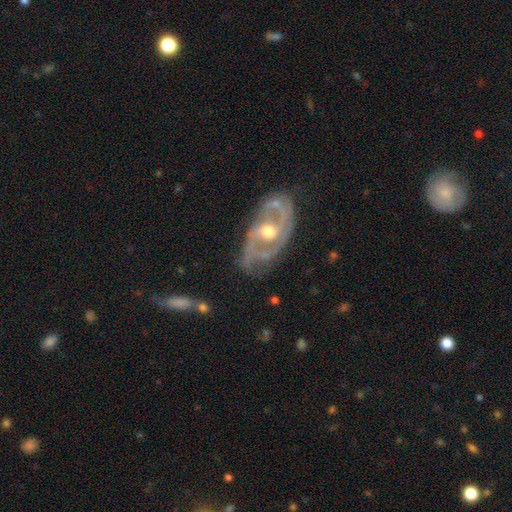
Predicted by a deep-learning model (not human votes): smooth-or-featured: featured or disk: 87% | smooth: 8% | star or artifact: 5%
  disk-edge-on: no: 94% | yes: 6%
    bar: no: 56% | weak: 32% | strong: 12%
    has-spiral-arms: yes: 89% | no: 11%
      spiral-winding: medium: 44% | tight: 40% | loose: 16%
      spiral-arm-count: 2: 61% | can't tell: 16% | 3: 12% | 1: 4% | 4: 3% | more than 4: 3%
    bulge-size: moderate: 76% | small: 17% | large: 6% | none: 1% | dominant: 1%
  merging: none: 62% | minor disturbance: 24% | major disturbance: 11% | merger: 3%